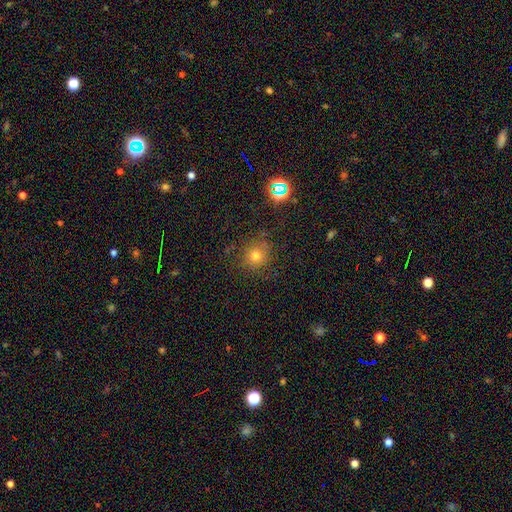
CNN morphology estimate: A smooth galaxy with no disk features (68%) that is round (91%).

Vote fractions:
- Smooth or featured? smooth: 68% / star or artifact: 23% / featured or disk: 9%
- How rounded? round: 91% / in between: 8% / cigar-shaped: 1%
- Merging? none: 82% / minor disturbance: 11% / major disturbance: 4% / merger: 3%